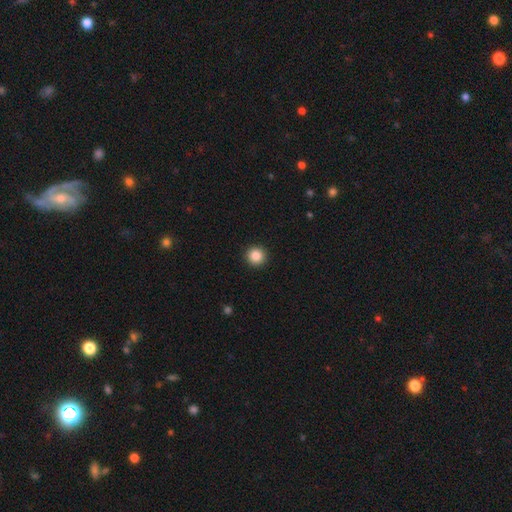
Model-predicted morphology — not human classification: type=smooth (86%); roundness=round (96%); merging=none (93%).